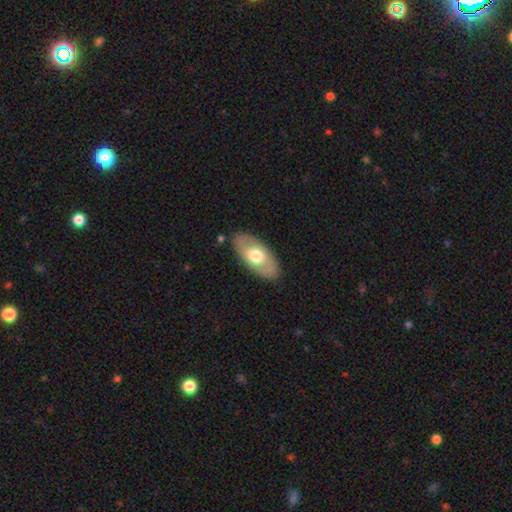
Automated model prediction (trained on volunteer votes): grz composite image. It shows a smooth galaxy with no disk features (54%) that is in between round and cigar-shaped (92%). Merging: none (85%).